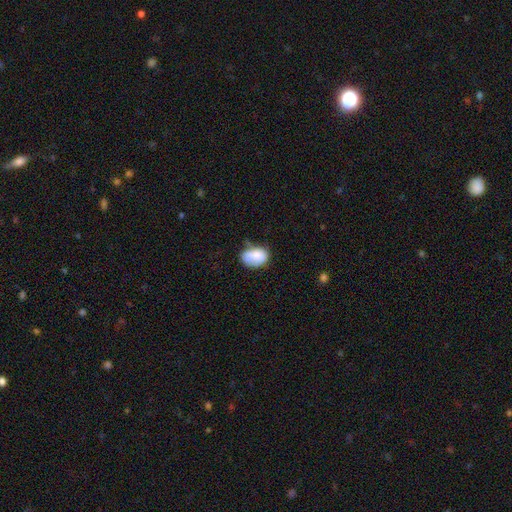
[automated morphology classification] This is likely a smooth galaxy (78%). How rounded: likely in between (78%). Merging: marginally none (44%).